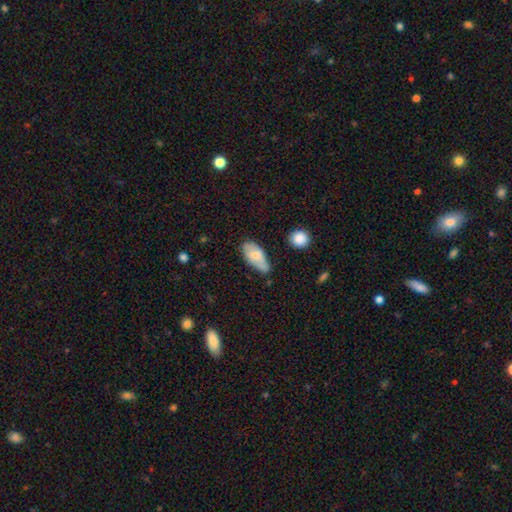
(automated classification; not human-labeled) This appears to be a smooth galaxy with no disk features (69%) that is in between round and cigar-shaped (89%). Merging: none (49%).